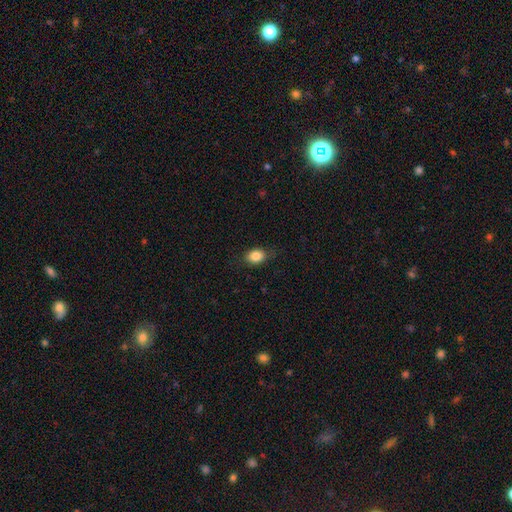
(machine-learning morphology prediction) A smooth galaxy with no disk features (85%) that is in between round and cigar-shaped (68%). Merging: none (82%).